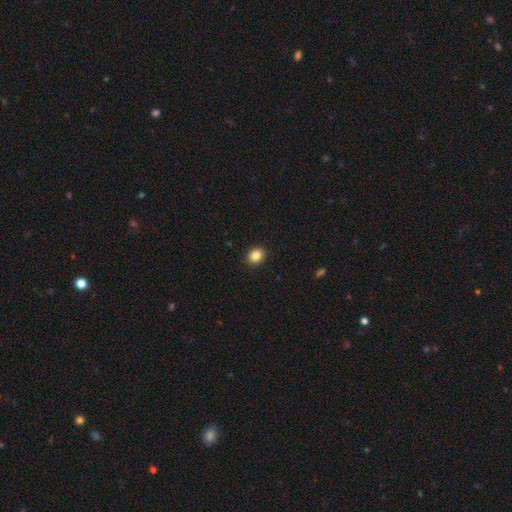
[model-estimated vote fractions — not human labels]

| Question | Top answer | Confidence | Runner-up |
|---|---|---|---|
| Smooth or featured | smooth | 86% | star or artifact (10%) |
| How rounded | round | 67% | in between (32%) |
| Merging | none | 92% | minor disturbance (5%) |